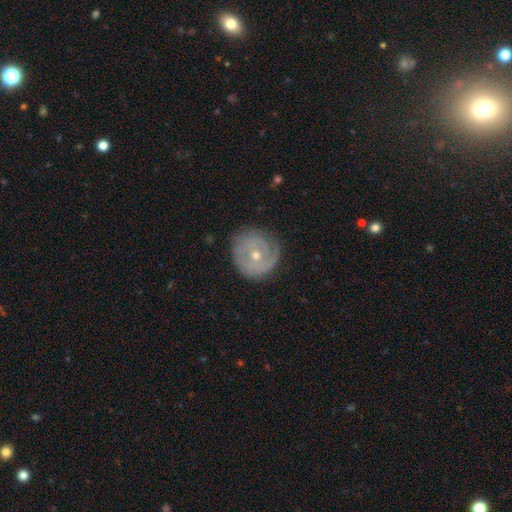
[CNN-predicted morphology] Overall: featured or disk (66%; smooth 26%). Edge-on disk: no (96%). Bar: no (77%). Spiral arms: yes (74%). Bulge size: small (51%; moderate 46%). Merging: none (74%).